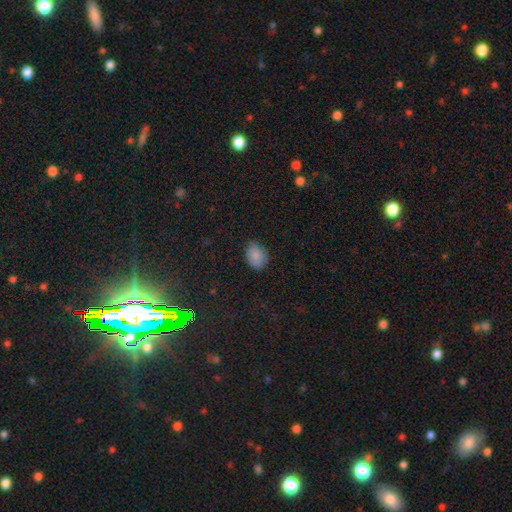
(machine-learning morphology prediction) smooth_or_featured: smooth (p=0.85) [alt: star or artifact p=0.09]
how_rounded: in between (p=0.72) [alt: round p=0.27]
merging: none (p=0.78) [alt: minor disturbance p=0.18]